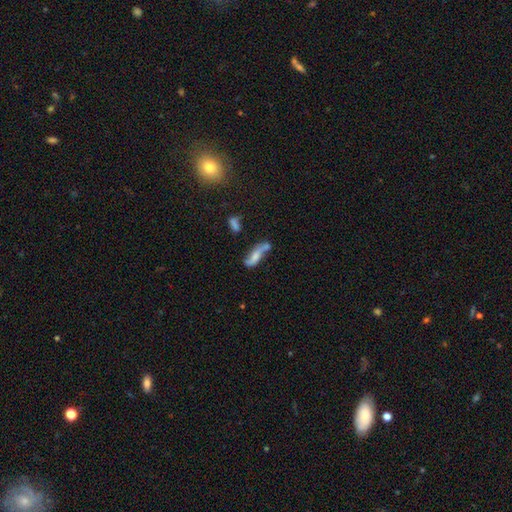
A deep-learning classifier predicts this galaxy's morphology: Overall: featured or disk (46%; smooth 45%). Merging: none (46%; minor disturbance 23%).